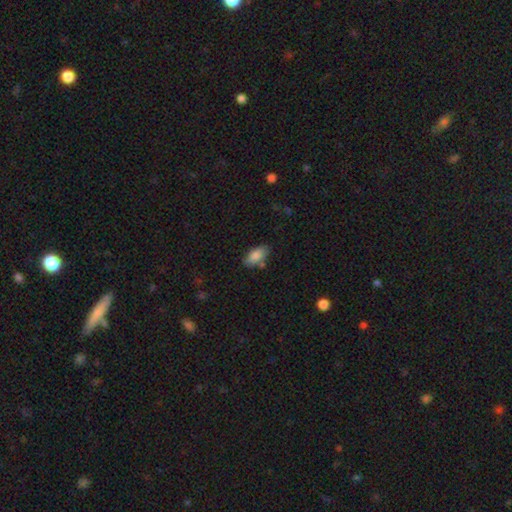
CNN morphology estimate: The model was most divided on "merging": none: 75%, minor disturbance: 16%, merger: 6%, major disturbance: 3%. More confident: how rounded — in between (91%); smooth or featured — smooth (85%).